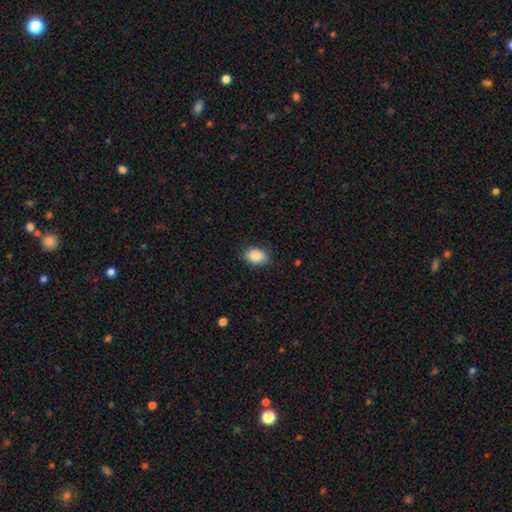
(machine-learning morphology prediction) Smooth or featured?
  - smooth: 89% *
  - star or artifact: 7%
  - featured or disk: 4%
How rounded?
  - in between: 80% *
  - round: 19%
  - cigar-shaped: 1%
Merging?
  - none: 85% *
  - minor disturbance: 12%
  - major disturbance: 3%
  - merger: 1%